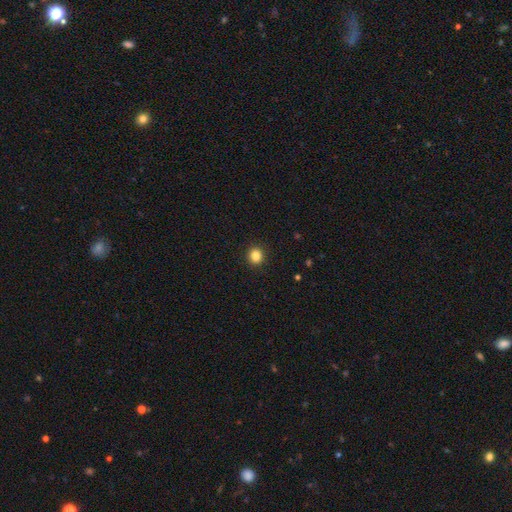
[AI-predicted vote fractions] Smooth or featured? Predicted: smooth (p=0.85). How rounded? Predicted: round (p=0.88). Merging? Predicted: none (p=0.92).